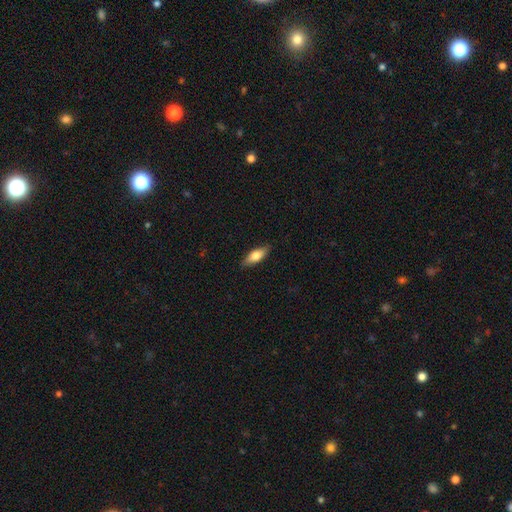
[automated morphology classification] This appears to be a smooth galaxy with no disk features (67%) that is in between round and cigar-shaped (63%). Merging: none (86%).